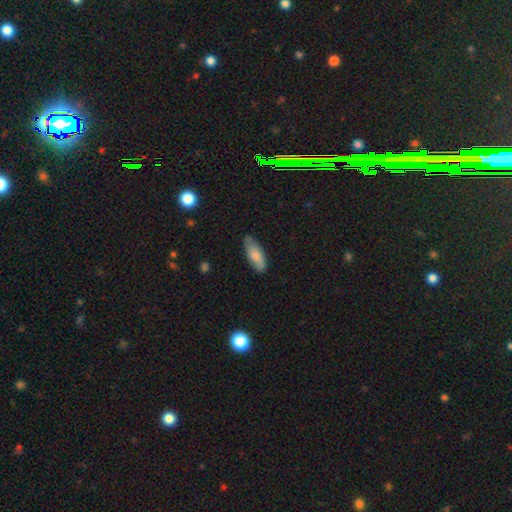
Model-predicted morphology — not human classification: This appears to be a smooth galaxy with no disk features (78%) that is in between round and cigar-shaped (72%). Merging: none (75%).